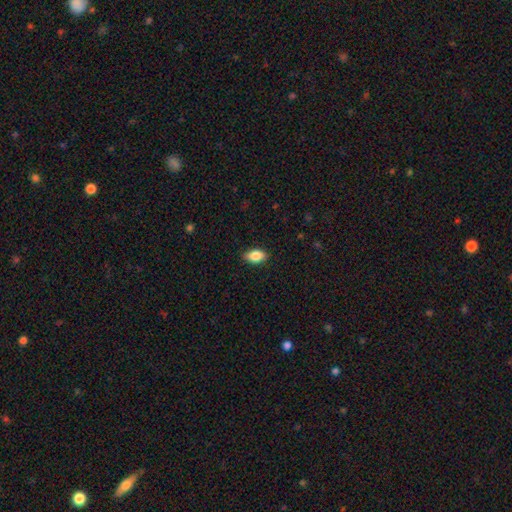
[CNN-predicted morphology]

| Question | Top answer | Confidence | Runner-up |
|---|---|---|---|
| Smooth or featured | smooth | 86% | star or artifact (7%) |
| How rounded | in between | 90% | round (7%) |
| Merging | none | 87% | minor disturbance (10%) |